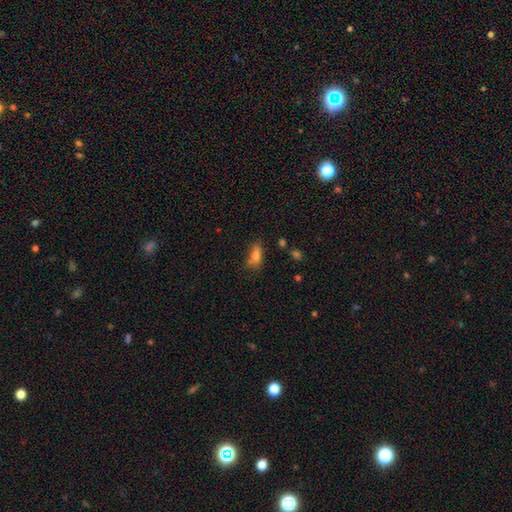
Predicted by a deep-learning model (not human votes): Smooth or featured: smooth — 75% (featured or disk — 14%)
How rounded: in between — 75% (cigar-shaped — 21%)
Merging: none — 57% (minor disturbance — 25%)